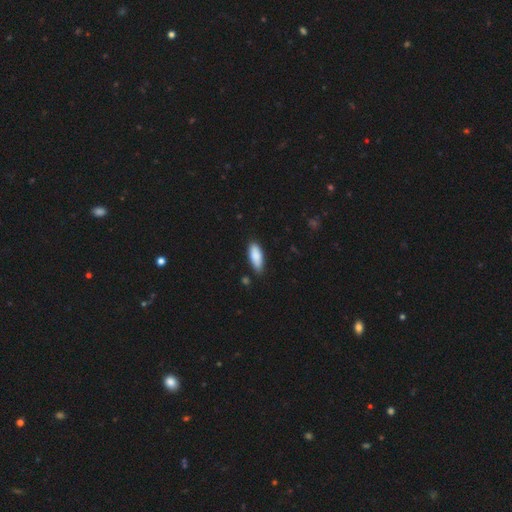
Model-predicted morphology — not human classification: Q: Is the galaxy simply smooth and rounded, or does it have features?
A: smooth — 87%.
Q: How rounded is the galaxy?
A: in between — 76%.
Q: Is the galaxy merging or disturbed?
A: none — 78%.